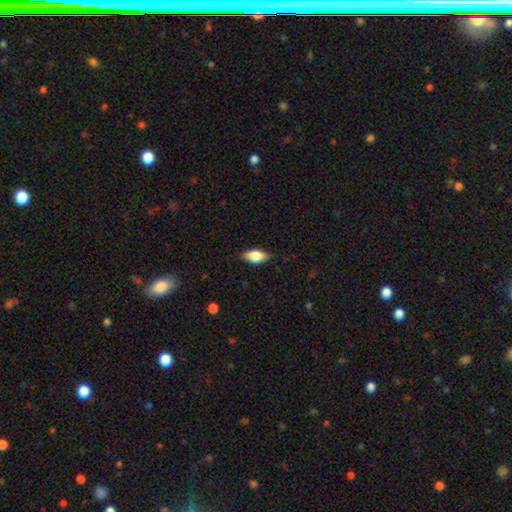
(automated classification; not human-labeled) smooth_or_featured: smooth (p=0.74) [alt: featured or disk p=0.19]
how_rounded: in between (p=0.88) [alt: cigar-shaped p=0.08]
merging: none (p=0.83) [alt: minor disturbance p=0.14]